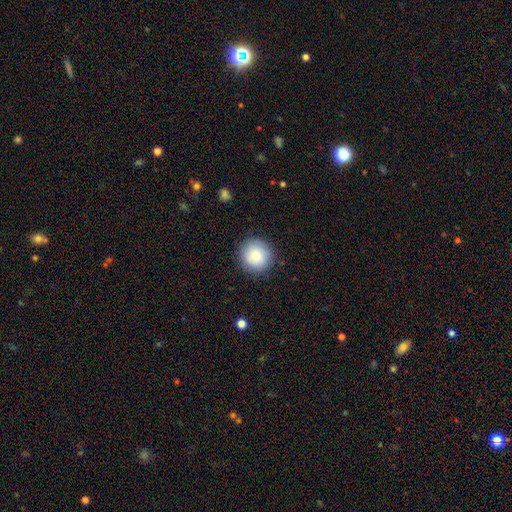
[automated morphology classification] A smooth galaxy with no disk features (84%) that is round (94%). Merging: none (89%).